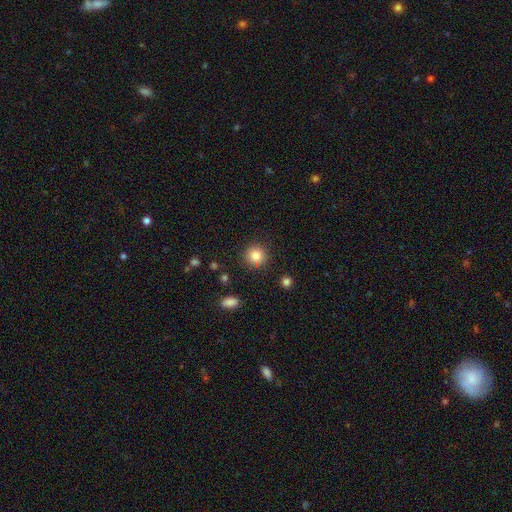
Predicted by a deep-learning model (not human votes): Smooth or featured? smooth (83%)
How rounded? round (92%)
Merging? none (87%)